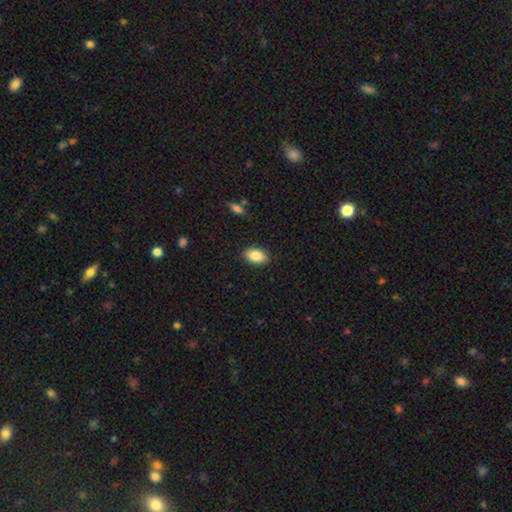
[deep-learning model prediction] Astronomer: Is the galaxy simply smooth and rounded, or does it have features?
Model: smooth — 86%.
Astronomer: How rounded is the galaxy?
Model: in between — 90%.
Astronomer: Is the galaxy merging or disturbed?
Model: none — 88%.